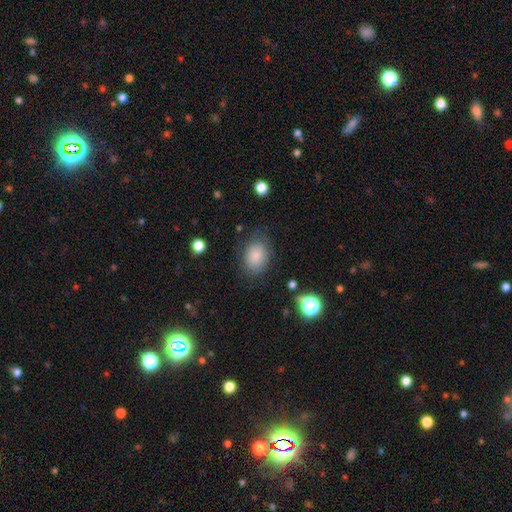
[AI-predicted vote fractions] The model was most divided on "how rounded": in between: 68%, round: 31%, cigar-shaped: 1%. More confident: smooth or featured — smooth (82%); merging — none (75%).